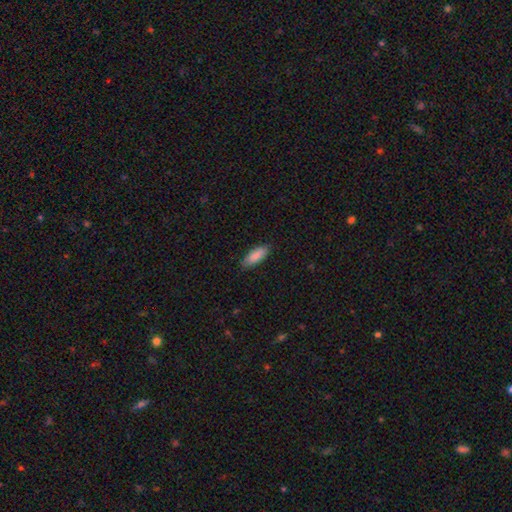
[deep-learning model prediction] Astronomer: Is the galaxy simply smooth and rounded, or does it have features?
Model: smooth — 88%.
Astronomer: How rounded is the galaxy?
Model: in between — 71%.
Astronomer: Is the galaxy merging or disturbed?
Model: none — 86%.